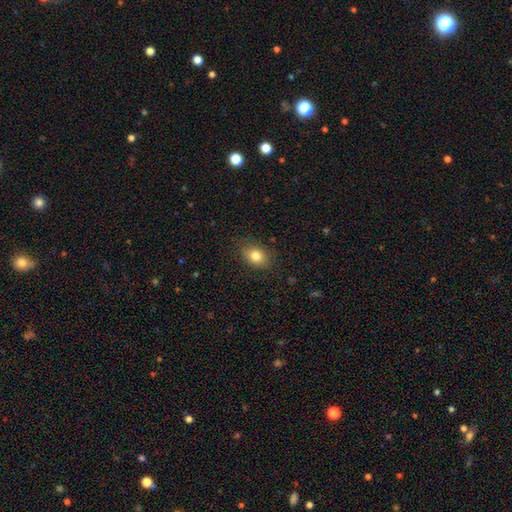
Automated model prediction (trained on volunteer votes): This is clearly a smooth galaxy (81%). How rounded: likely in between (74%). Merging: clearly none (84%).